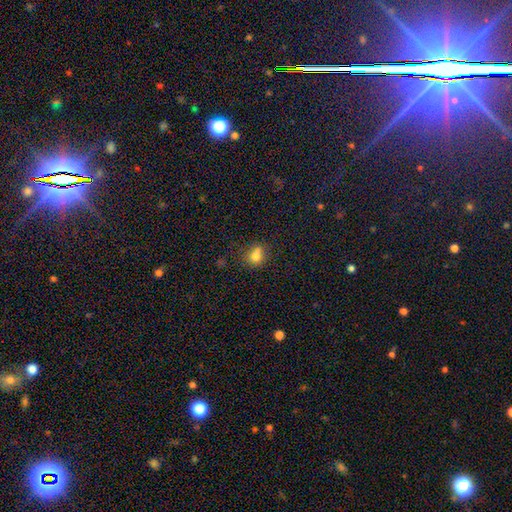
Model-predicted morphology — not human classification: Smooth or featured? Predicted: smooth (p=0.76). How rounded? Predicted: round (p=0.64). Merging? Predicted: none (p=0.48).